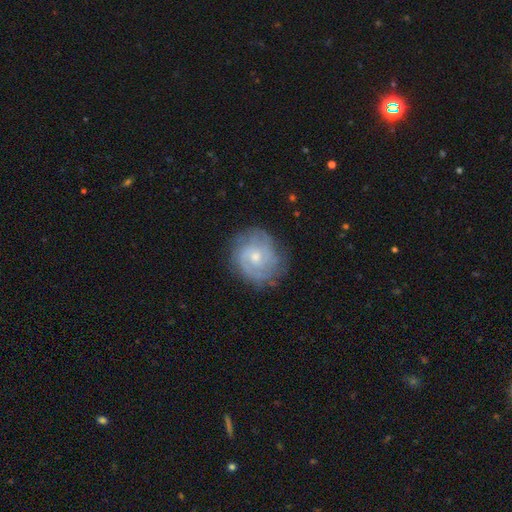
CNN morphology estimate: A featured or disk galaxy (80%) with no bar (65%), 2 (51%) tight (62%) spiral arms (94%) and a small central bulge (55%).

Vote fractions:
- Smooth or featured? featured or disk: 80% / smooth: 14% / star or artifact: 6%
- Edge-on disk? no: 98% / yes: 2%
- Bar? no: 65% / weak: 31% / strong: 4%
- Spiral arms? yes: 94% / no: 6%
- Spiral winding? tight: 62% / medium: 31% / loose: 7%
- Spiral arm count? 2: 51% / can't tell: 23% / 3: 14% / 1: 4% / 4: 4% / more than 4: 3%
- Bulge size? small: 55% / moderate: 41% / none: 2% / large: 2% / dominant: 1%
- Merging? none: 78% / minor disturbance: 16% / major disturbance: 5% / merger: 1%